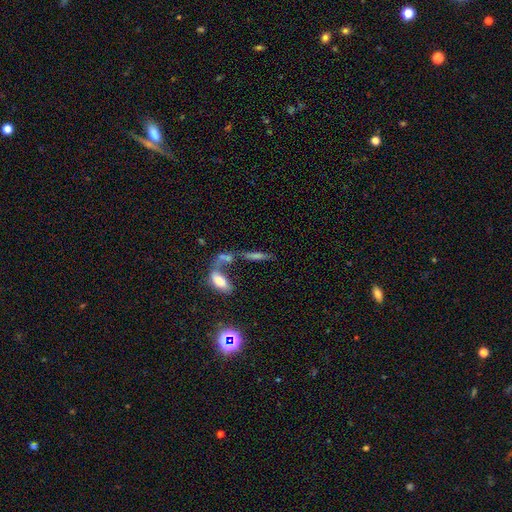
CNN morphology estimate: The model was most divided on "merging": merger: 41%, none: 40%, minor disturbance: 11%, major disturbance: 8%. Remaining: smooth or featured — smooth (46%).